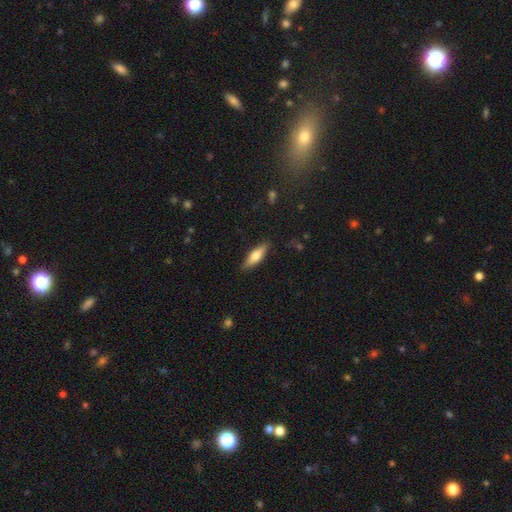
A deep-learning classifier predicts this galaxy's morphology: smooth 67%, featured or disk 27%, star or artifact 6%. Down the decision tree: how rounded — cigar-shaped (55%); merging — none (86%).